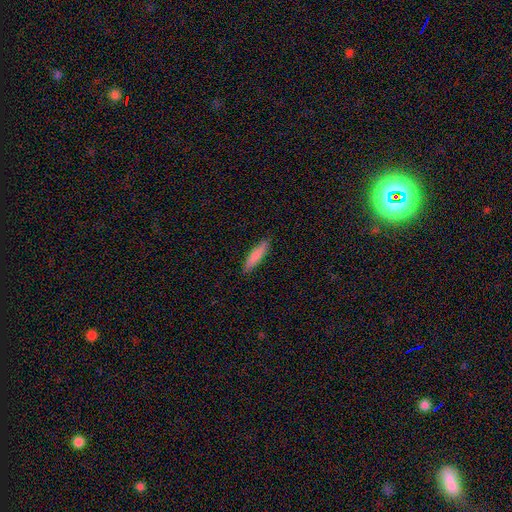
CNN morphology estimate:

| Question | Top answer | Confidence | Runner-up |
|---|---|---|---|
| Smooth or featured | smooth | 81% | featured or disk (13%) |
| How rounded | cigar-shaped | 81% | in between (17%) |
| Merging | none | 88% | minor disturbance (9%) |